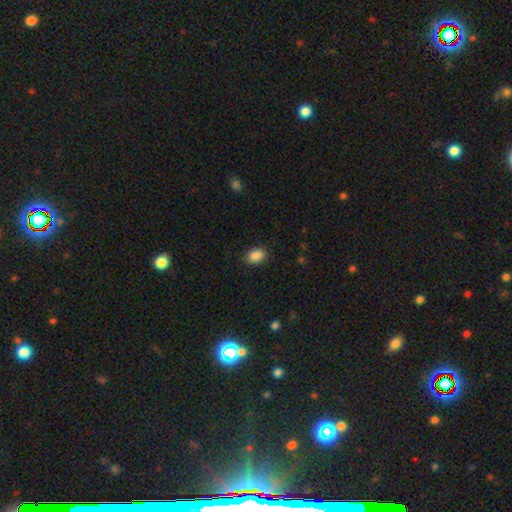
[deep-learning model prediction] smooth-or-featured: smooth: 89% | star or artifact: 8% | featured or disk: 3%
  how-rounded: in between: 76% | round: 23% | cigar-shaped: 1%
  merging: none: 88% | minor disturbance: 9% | major disturbance: 2% | merger: 1%